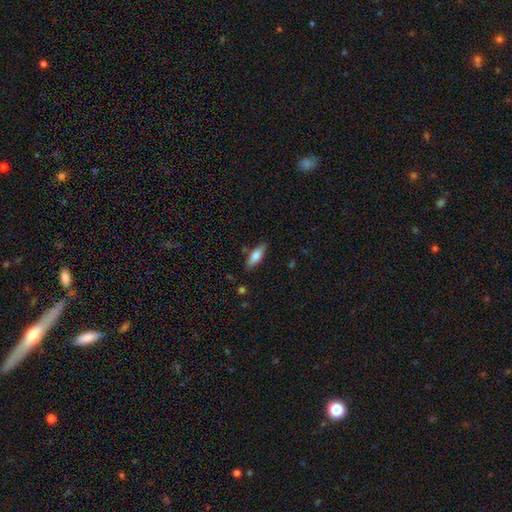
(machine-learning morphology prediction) smooth_or_featured: smooth (p=0.73) [alt: featured or disk p=0.21]
how_rounded: in between (p=0.63) [alt: cigar-shaped p=0.34]
merging: none (p=0.82) [alt: minor disturbance p=0.13]